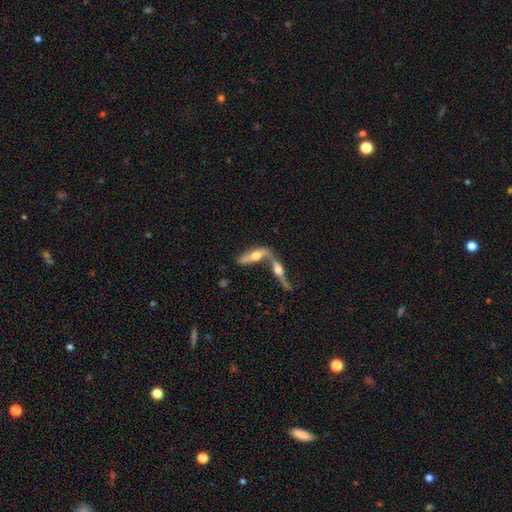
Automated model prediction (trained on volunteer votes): Q: Smooth or featured?
A: featured or disk (55%); runner-up: smooth (37%)
Q: Edge-on disk?
A: yes (64%); runner-up: no (36%)
Q: Merging?
A: merger (70%); runner-up: none (18%)